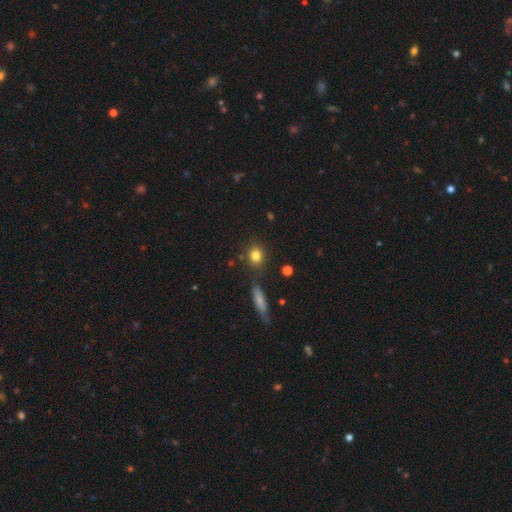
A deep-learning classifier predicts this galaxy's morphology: Smooth or featured? Predicted: smooth (p=0.81). How rounded? Predicted: round (p=0.70). Merging? Predicted: none (p=0.81).